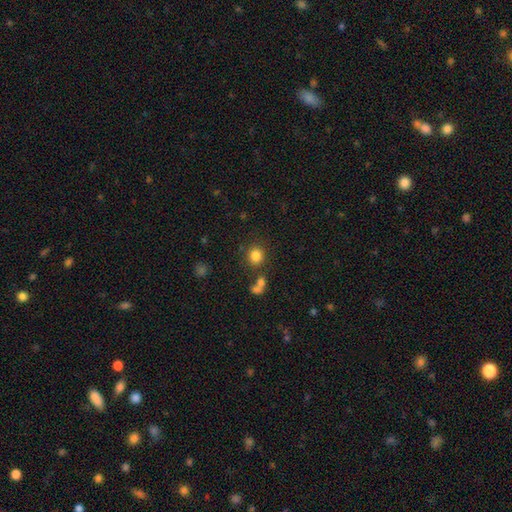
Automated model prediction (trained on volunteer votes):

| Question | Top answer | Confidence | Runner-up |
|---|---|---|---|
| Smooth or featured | smooth | 82% | star or artifact (12%) |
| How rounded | round | 86% | in between (13%) |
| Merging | none | 78% | merger (10%) |